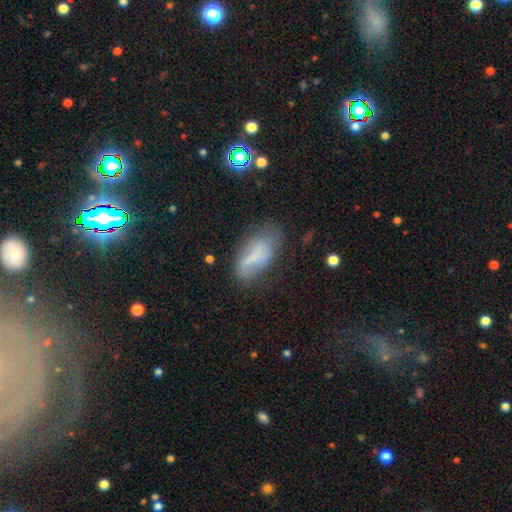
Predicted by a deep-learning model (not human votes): Overall: smooth (60%; featured or disk 29%). How rounded: in between (86%). Merging: none (47%; minor disturbance 31%).